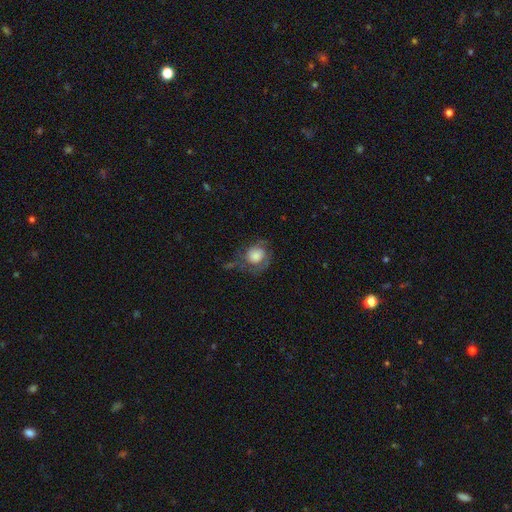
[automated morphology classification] Q: Smooth or featured?
A: featured or disk (57%); runner-up: smooth (35%)
Q: Edge-on disk?
A: no (97%); runner-up: yes (3%)
Q: Bar?
A: no (77%); runner-up: weak (19%)
Q: Spiral arms?
A: yes (85%); runner-up: no (15%)
Q: Bulge size?
A: large (46%); runner-up: moderate (21%)
Q: Merging?
A: none (49%); runner-up: minor disturbance (24%)